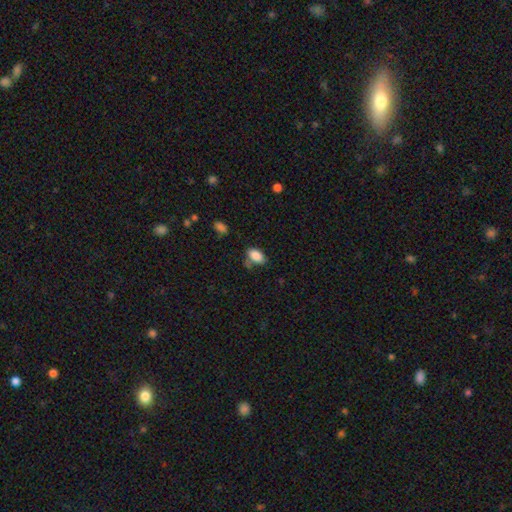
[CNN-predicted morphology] Q: Smooth or featured?
A: smooth (86%); runner-up: star or artifact (8%)
Q: How rounded?
A: in between (92%); runner-up: round (7%)
Q: Merging?
A: none (60%); runner-up: minor disturbance (24%)